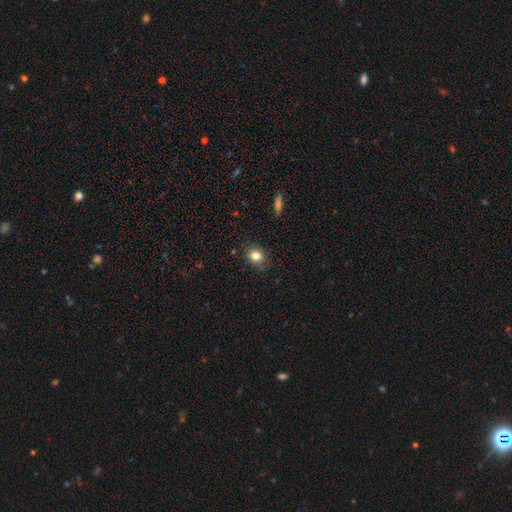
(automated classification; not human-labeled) smooth_or_featured: smooth (p=0.82) [alt: star or artifact p=0.11]
how_rounded: round (p=0.72) [alt: in between p=0.27]
merging: none (p=0.86) [alt: minor disturbance p=0.10]